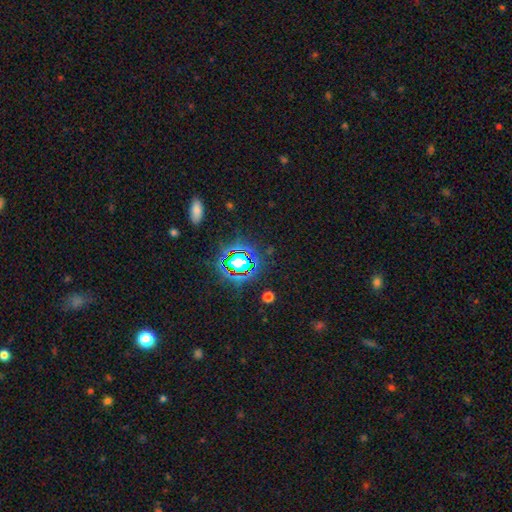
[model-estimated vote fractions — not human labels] This is likely a star or artifact rather than a galaxy (74%).